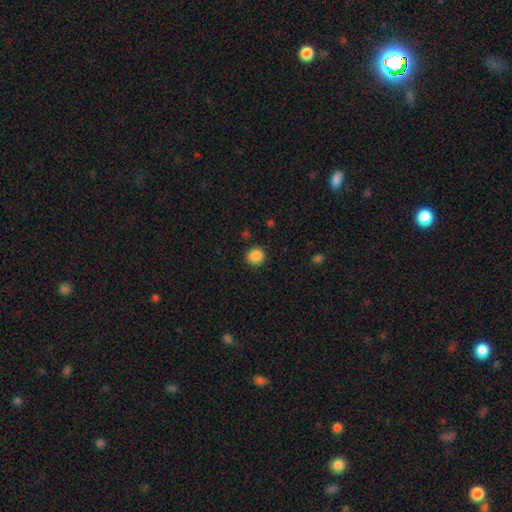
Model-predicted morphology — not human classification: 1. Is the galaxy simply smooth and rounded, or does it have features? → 87% smooth, 10% star or artifact, 3% featured or disk.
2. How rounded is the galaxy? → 85% round, 14% in between, 1% cigar-shaped.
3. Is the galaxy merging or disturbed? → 87% none, 9% minor disturbance, 3% major disturbance, 1% merger.